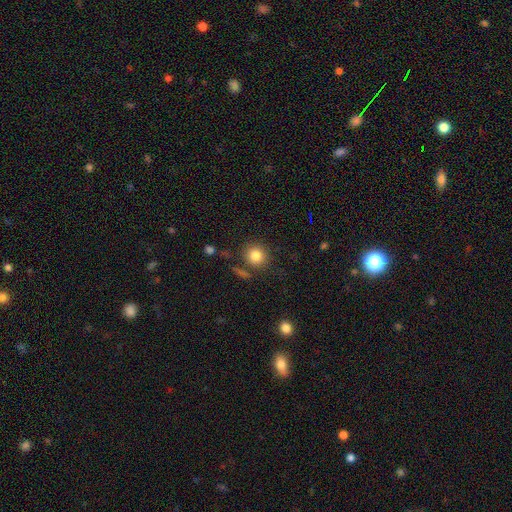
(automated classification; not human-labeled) smooth-or-featured: smooth: 83% | star or artifact: 10% | featured or disk: 7%
  how-rounded: round: 88% | in between: 11% | cigar-shaped: 1%
  merging: none: 80% | minor disturbance: 10% | merger: 6% | major disturbance: 4%